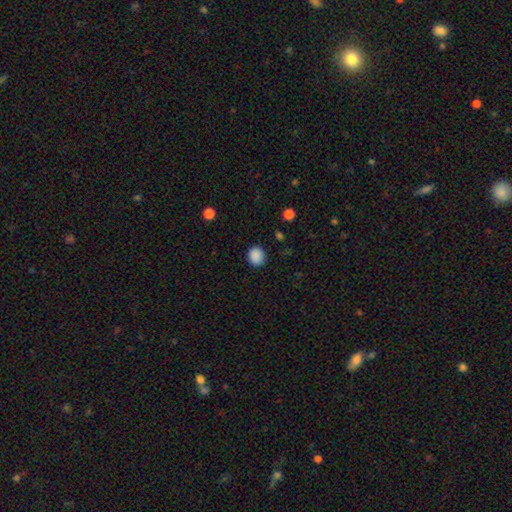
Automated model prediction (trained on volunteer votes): Smooth or featured? smooth (88%)
How rounded? round (75%)
Merging? none (87%)